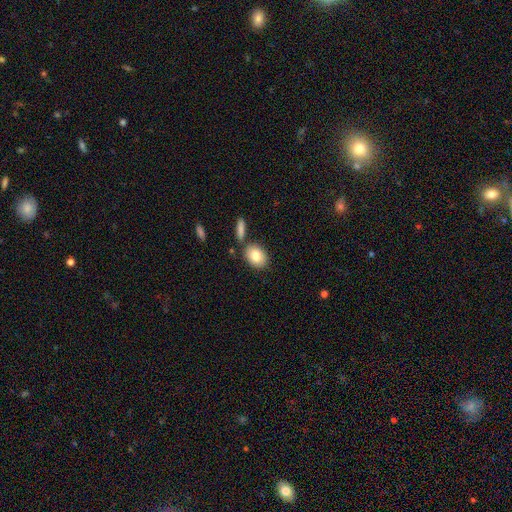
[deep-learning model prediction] This is clearly a smooth galaxy (82%). How rounded: likely in between (73%). Merging: likely none (73%).